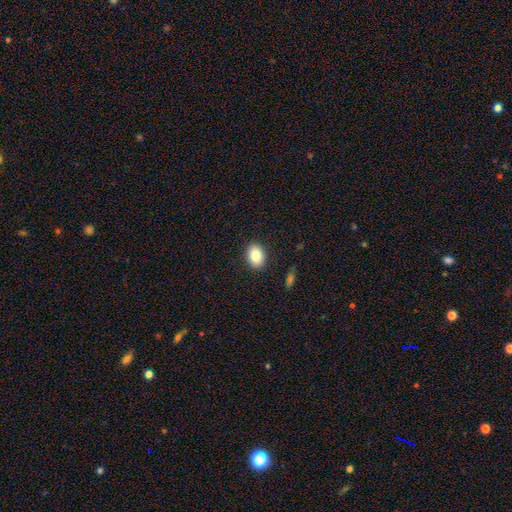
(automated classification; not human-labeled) This appears to be a smooth galaxy with no disk features (83%) that is in between round and cigar-shaped (75%). Merging: none (89%).